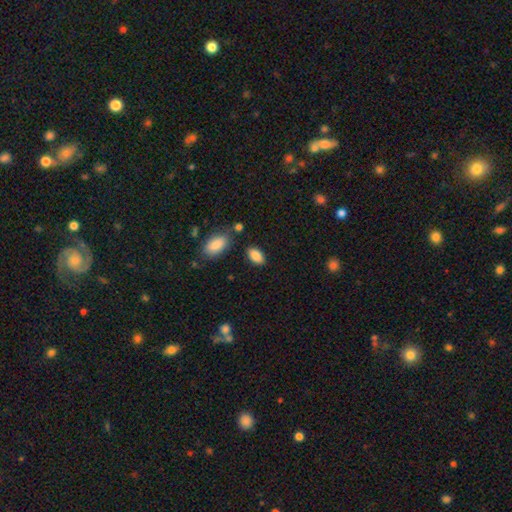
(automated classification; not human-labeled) smooth_or_featured: smooth (p=0.88) [alt: star or artifact p=0.07]
how_rounded: in between (p=0.93) [alt: round p=0.04]
merging: none (p=0.82) [alt: minor disturbance p=0.11]